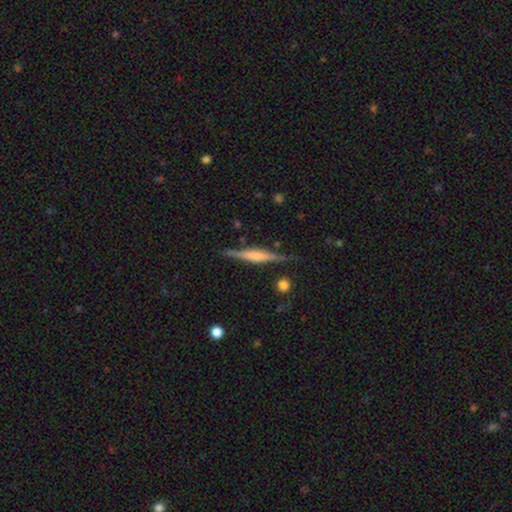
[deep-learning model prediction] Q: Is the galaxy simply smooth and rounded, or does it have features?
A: featured or disk — 68%.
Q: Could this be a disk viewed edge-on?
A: yes — 97%.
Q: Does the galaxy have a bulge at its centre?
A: rounded — 46%.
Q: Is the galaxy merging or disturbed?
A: none — 85%.